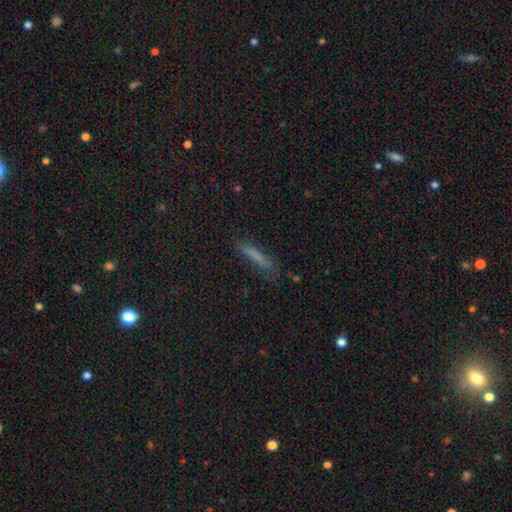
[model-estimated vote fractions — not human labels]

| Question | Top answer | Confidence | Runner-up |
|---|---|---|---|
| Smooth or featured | smooth | 71% | featured or disk (17%) |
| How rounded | cigar-shaped | 91% | in between (7%) |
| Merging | none | 78% | minor disturbance (16%) |